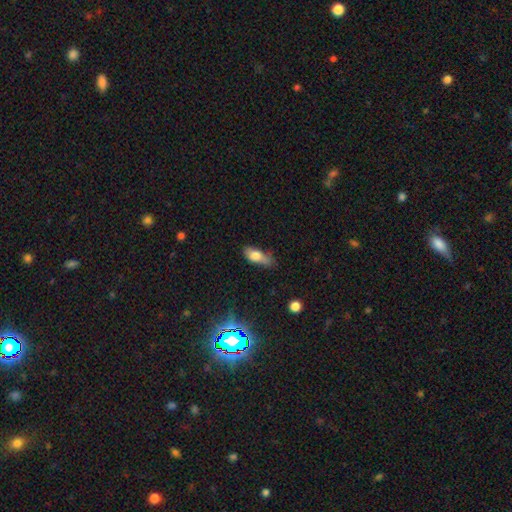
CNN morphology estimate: Overall: smooth (72%). How rounded: in between (75%). Merging: none (42%; minor disturbance 39%).